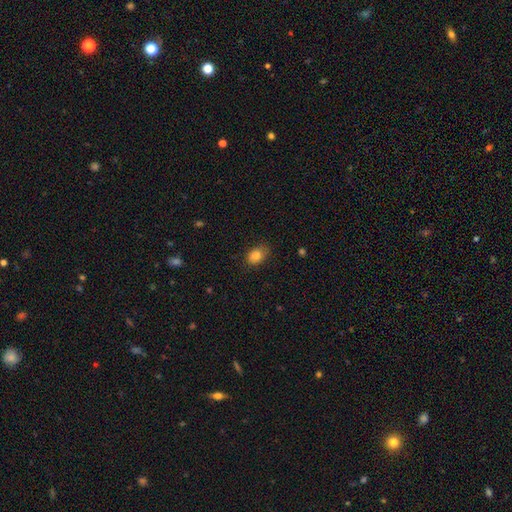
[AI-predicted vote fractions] Smooth or featured: smooth — 83% (star or artifact — 9%)
How rounded: in between — 76% (round — 23%)
Merging: none — 78% (minor disturbance — 17%)